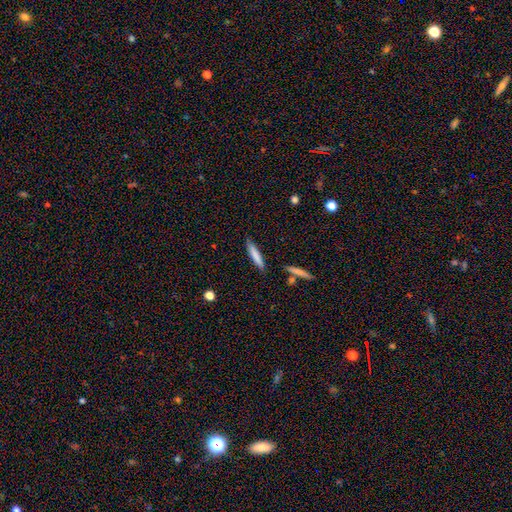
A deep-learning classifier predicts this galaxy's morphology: smooth_or_featured: smooth (p=0.78) [alt: featured or disk p=0.15]
how_rounded: cigar-shaped (p=0.88) [alt: in between p=0.11]
merging: none (p=0.85) [alt: minor disturbance p=0.09]